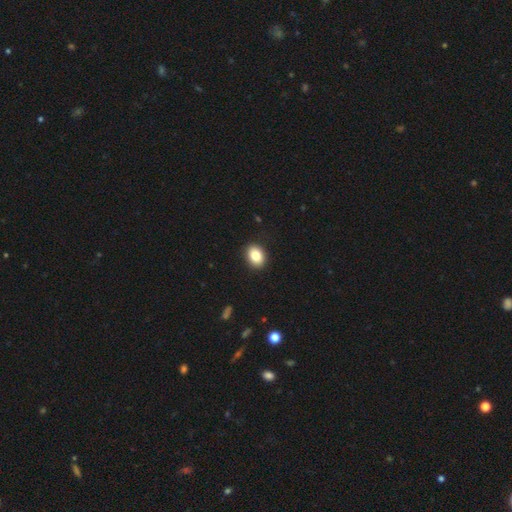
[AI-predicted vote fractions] smooth_or_featured: smooth (p=0.84) [alt: star or artifact p=0.09]
how_rounded: in between (p=0.68) [alt: round p=0.31]
merging: none (p=0.90) [alt: minor disturbance p=0.07]